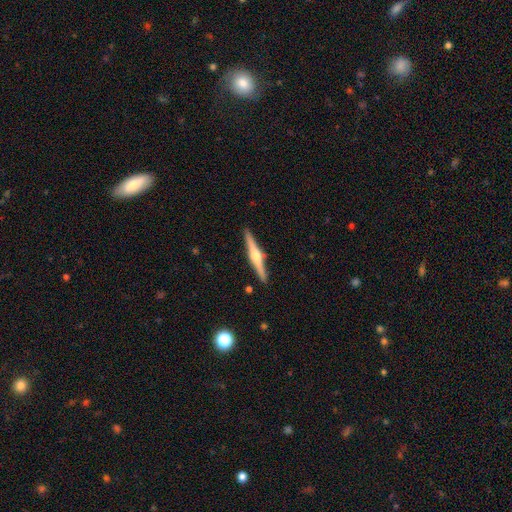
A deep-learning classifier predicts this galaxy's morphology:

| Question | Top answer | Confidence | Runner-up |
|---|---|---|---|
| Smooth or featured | featured or disk | 75% | smooth (20%) |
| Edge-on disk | yes | 98% | no (2%) |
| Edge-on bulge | rounded | 92% | boxy (5%) |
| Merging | none | 91% | minor disturbance (7%) |